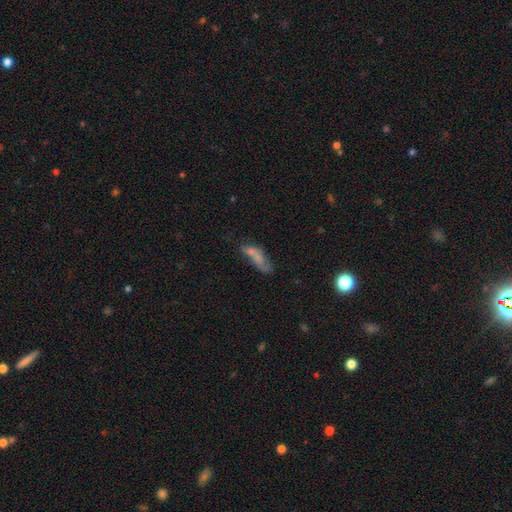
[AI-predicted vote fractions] Smooth or featured?
  - smooth: 60% *
  - featured or disk: 27%
  - star or artifact: 13%
How rounded?
  - in between: 51% *
  - cigar-shaped: 46%
  - round: 4%
Merging?
  - none: 36% *
  - merger: 24%
  - minor disturbance: 22%
  - major disturbance: 19%